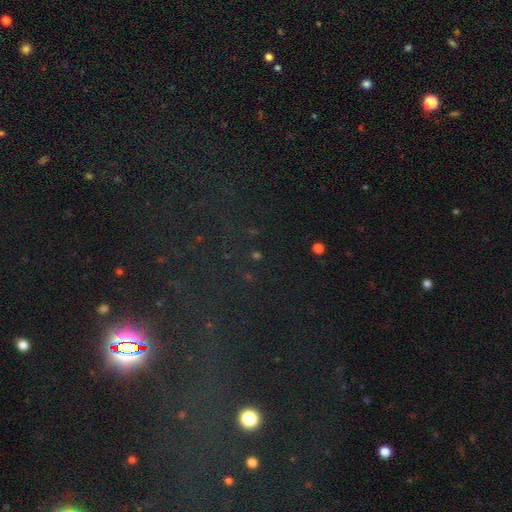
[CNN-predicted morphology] star or artifact 72%, smooth 19%, featured or disk 9%.